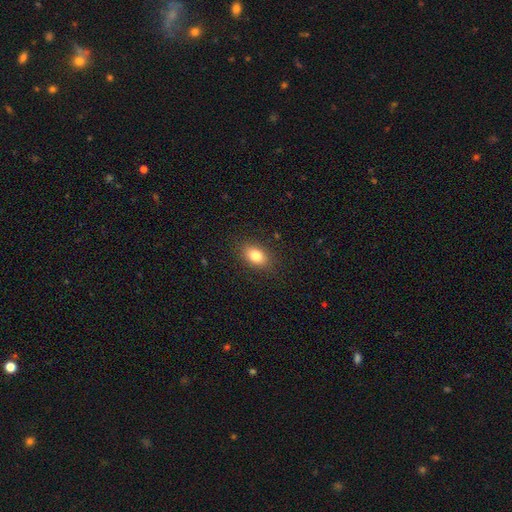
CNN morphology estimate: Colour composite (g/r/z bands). It shows a smooth galaxy with no disk features (82%) that is in between round and cigar-shaped (83%). Merging: none (87%).